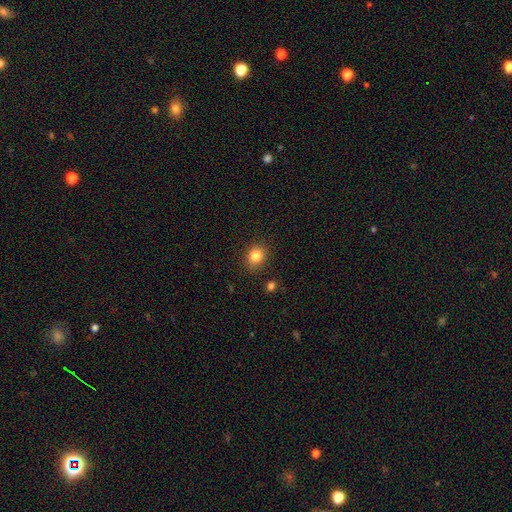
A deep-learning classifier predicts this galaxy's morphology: Smooth or featured? Predicted: smooth (p=0.83). How rounded? Predicted: round (p=0.64). Merging? Predicted: none (p=0.88).